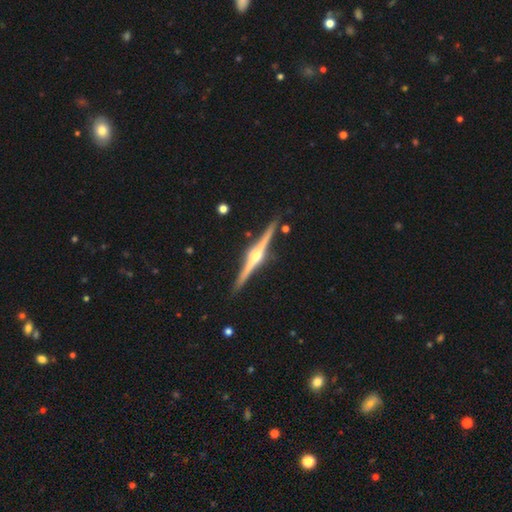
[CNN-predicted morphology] smooth_or_featured: featured or disk (p=0.88) [alt: smooth p=0.07]
disk_edge_on: yes (p=0.99) [alt: no p=0.01]
edge_on_bulge: rounded (p=0.95) [alt: boxy p=0.03]
merging: none (p=0.90) [alt: minor disturbance p=0.07]